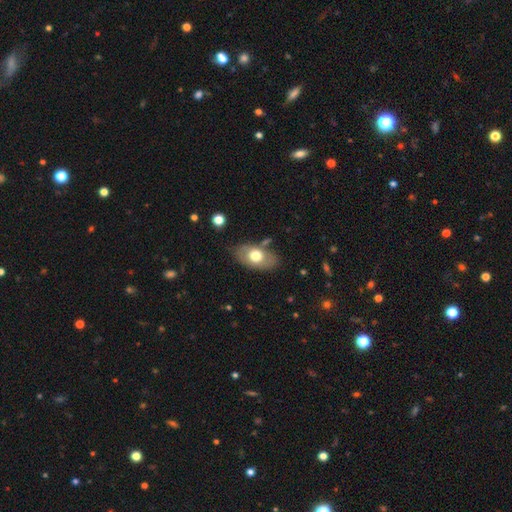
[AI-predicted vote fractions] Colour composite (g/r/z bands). It shows a smooth galaxy with no disk features (63%) that is in between round and cigar-shaped (88%). Merging: none (74%).